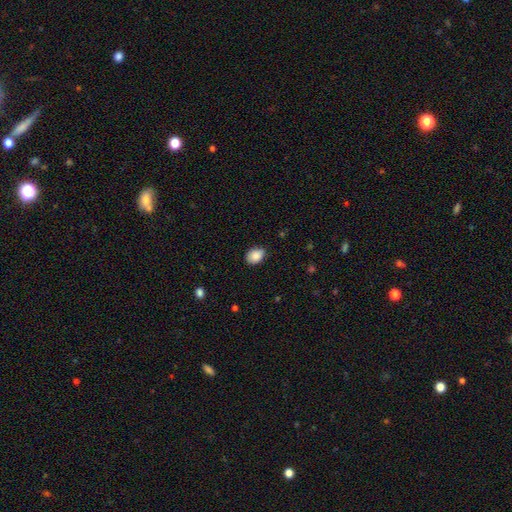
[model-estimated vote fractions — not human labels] smooth-or-featured: smooth: 87% | star or artifact: 8% | featured or disk: 5%
  how-rounded: in between: 71% | round: 28% | cigar-shaped: 1%
  merging: none: 78% | minor disturbance: 18% | major disturbance: 3% | merger: 1%